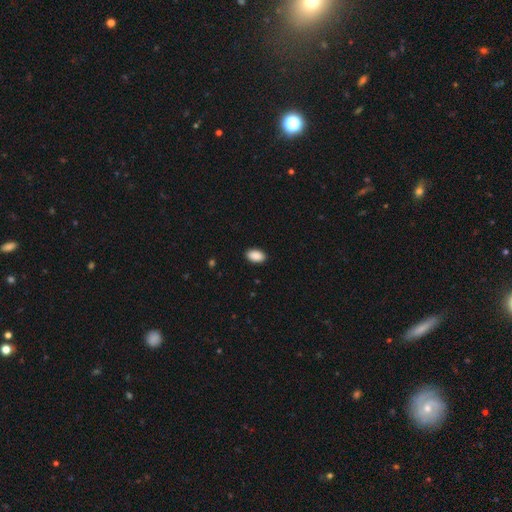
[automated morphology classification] type=smooth (91%); roundness=in between (93%); merging=none (90%).